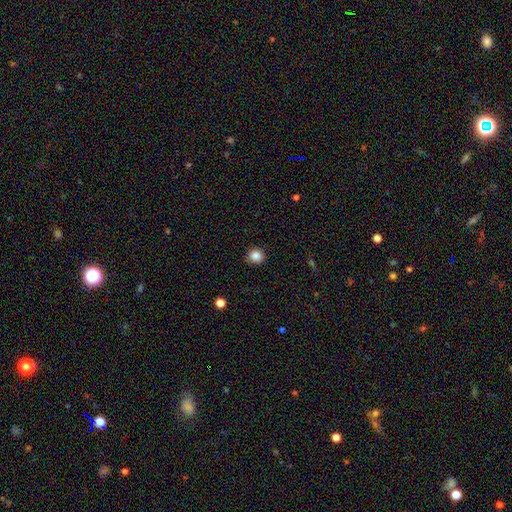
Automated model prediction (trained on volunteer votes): The model was most divided on "how rounded": round: 86%, in between: 13%, cigar-shaped: 1%. More confident: merging — none (87%); smooth or featured — smooth (85%).